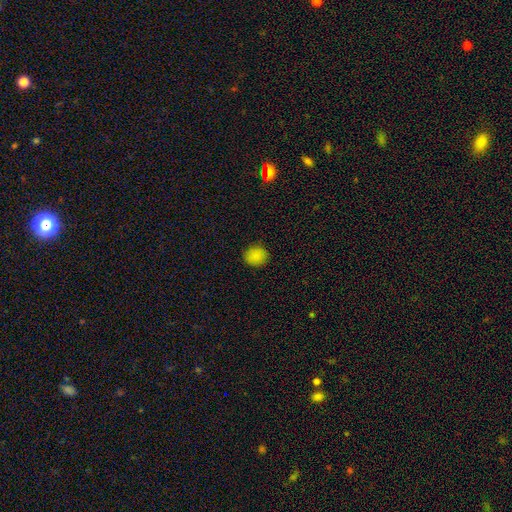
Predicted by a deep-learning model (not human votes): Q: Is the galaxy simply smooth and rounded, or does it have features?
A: smooth — 84%.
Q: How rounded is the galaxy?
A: round — 79%.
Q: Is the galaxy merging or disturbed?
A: none — 88%.